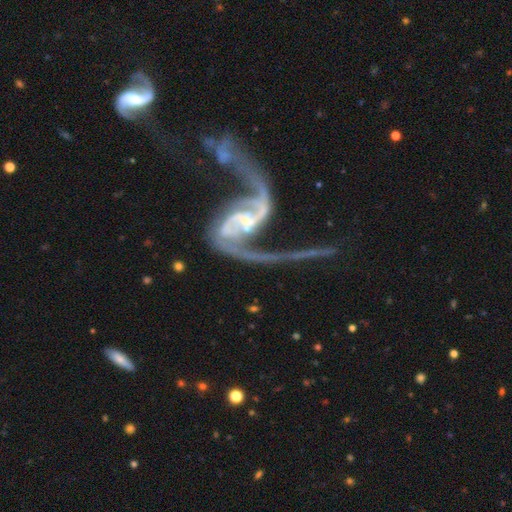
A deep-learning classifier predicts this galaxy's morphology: This is clearly a featured or disk galaxy (91%). It is clearly not viewed edge-on (96%). Bar: marginally weak (41%). Spiral arm pattern: clearly yes (97%). Spiral arm count: clearly 2 (91%). Spiral winding: likely loose (68%). Central bulge: possibly small (53%). Merging: marginally major disturbance (32%).